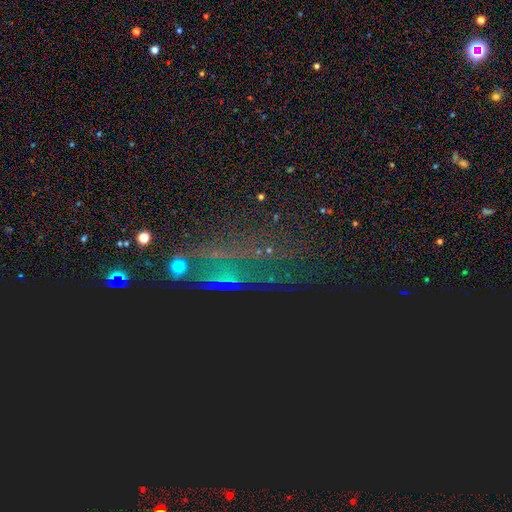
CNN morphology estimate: star or artifact 52%, featured or disk 30%, smooth 18%.